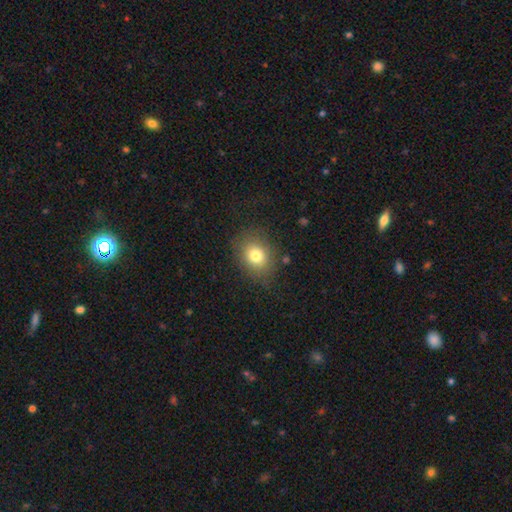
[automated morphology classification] smooth_or_featured: smooth (p=0.78) [alt: star or artifact p=0.11]
how_rounded: round (p=0.51) [alt: in between p=0.48]
merging: none (p=0.81) [alt: minor disturbance p=0.13]